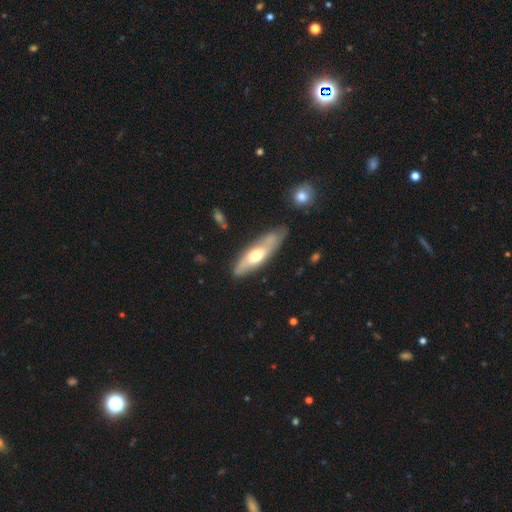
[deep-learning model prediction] A featured or disk galaxy (50%). Merging: none (73%).